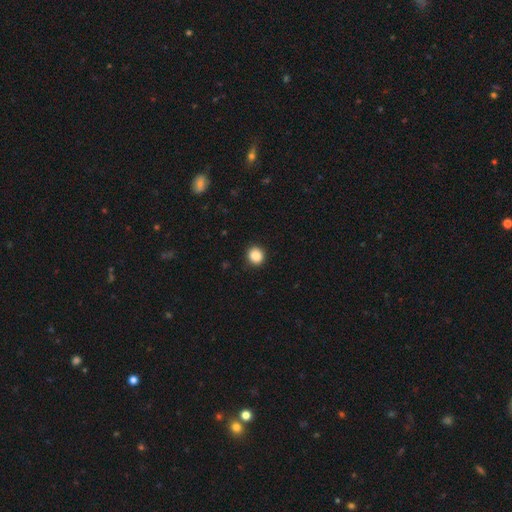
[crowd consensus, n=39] smooth-or-featured: smooth: 92% | featured or disk: 5% | star or artifact: 3%
  how-rounded: round: 86% | in between: 14% | cigar-shaped: 0%
  merging: none: 89% | minor disturbance: 11% | major disturbance: 0% | merger: 0%